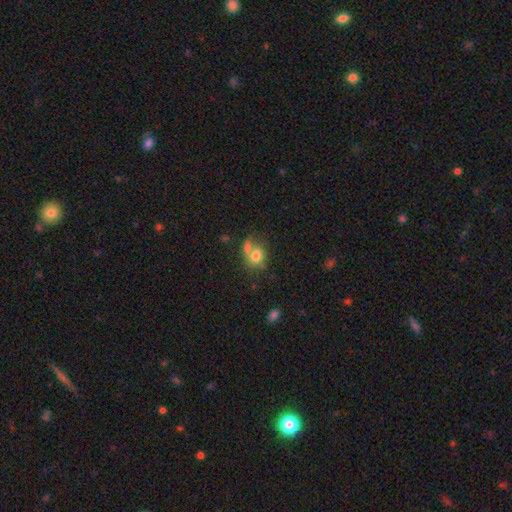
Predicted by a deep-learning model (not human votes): Smooth or featured? smooth (76%)
How rounded? round (52%)
Merging? merger (40%)